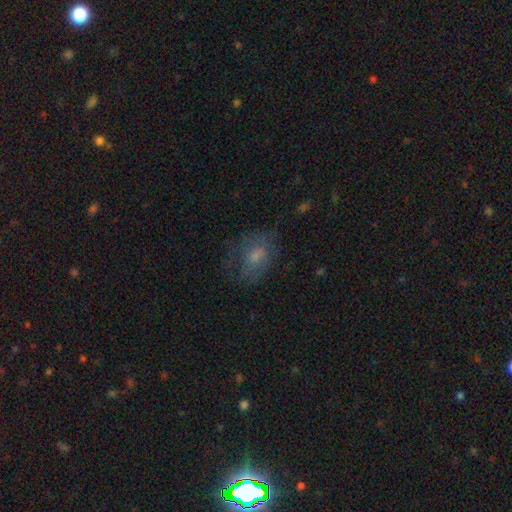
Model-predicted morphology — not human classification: smooth-or-featured: smooth: 60% | featured or disk: 28% | star or artifact: 12%
  how-rounded: in between: 68% | round: 30% | cigar-shaped: 2%
  merging: none: 58% | minor disturbance: 22% | major disturbance: 19% | merger: 1%